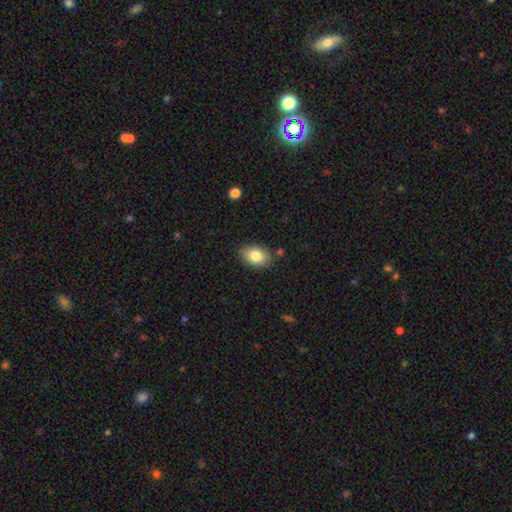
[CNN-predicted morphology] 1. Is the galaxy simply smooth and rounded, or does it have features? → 82% smooth, 10% featured or disk, 8% star or artifact.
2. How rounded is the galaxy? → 81% in between, 18% round, 1% cigar-shaped.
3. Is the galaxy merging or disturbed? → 84% none, 11% minor disturbance, 3% merger, 2% major disturbance.